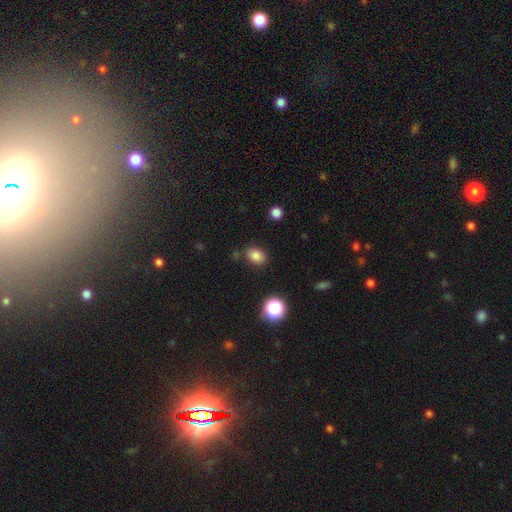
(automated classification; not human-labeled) smooth_or_featured: smooth (p=0.82) [alt: star or artifact p=0.12]
how_rounded: in between (p=0.66) [alt: round p=0.33]
merging: none (p=0.81) [alt: minor disturbance p=0.12]